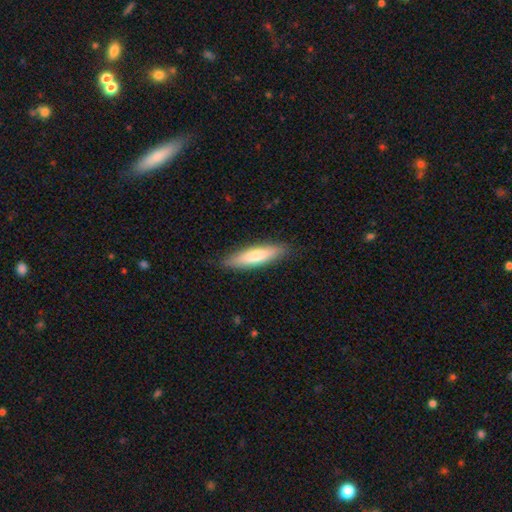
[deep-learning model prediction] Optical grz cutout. It shows a smooth galaxy with no disk features (72%) that is cigar-shaped (71%). Merging: none (87%).